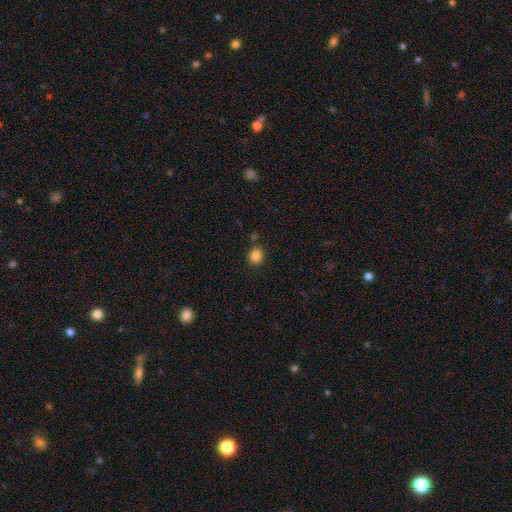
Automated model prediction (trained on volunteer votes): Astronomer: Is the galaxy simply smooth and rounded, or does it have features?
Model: smooth — 84%.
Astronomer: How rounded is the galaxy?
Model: round — 82%.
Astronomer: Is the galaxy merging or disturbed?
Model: none — 80%.